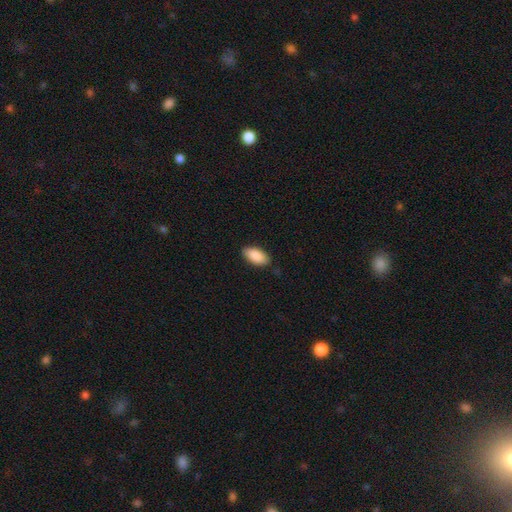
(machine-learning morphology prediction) Smooth or featured?
  - smooth: 90% *
  - star or artifact: 6%
  - featured or disk: 5%
How rounded?
  - in between: 94% *
  - cigar-shaped: 4%
  - round: 2%
Merging?
  - none: 85% *
  - minor disturbance: 11%
  - major disturbance: 2%
  - merger: 1%